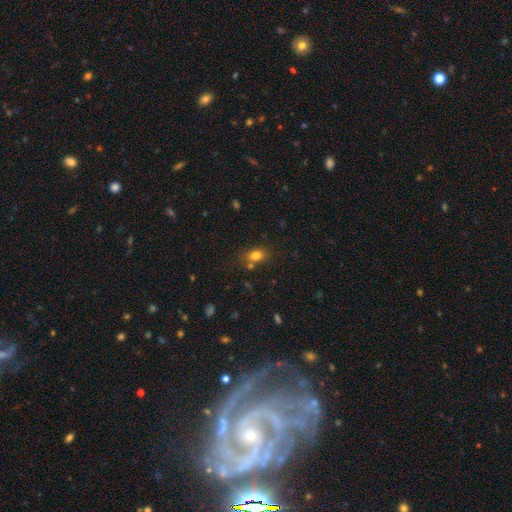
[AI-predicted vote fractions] Smooth or featured? smooth (80%)
How rounded? in between (69%)
Merging? none (70%)